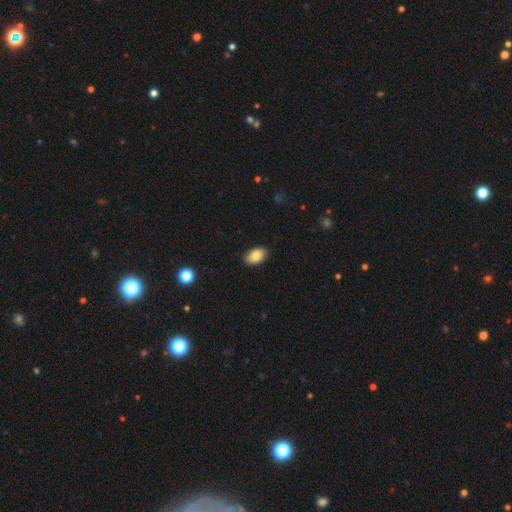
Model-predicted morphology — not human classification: smooth 82%, featured or disk 10%, star or artifact 8%. Down the decision tree: how rounded — in between (92%); merging — none (87%).